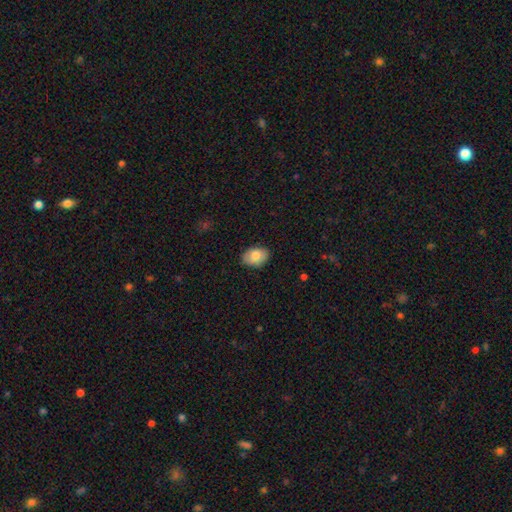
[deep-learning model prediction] This is clearly a smooth galaxy (81%). How rounded: clearly in between (82%). Merging: clearly none (86%).